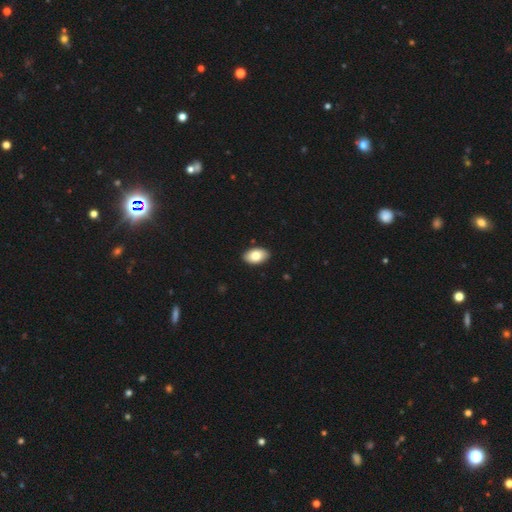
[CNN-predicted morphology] Overall: smooth (82%). How rounded: in between (93%). Merging: none (90%).